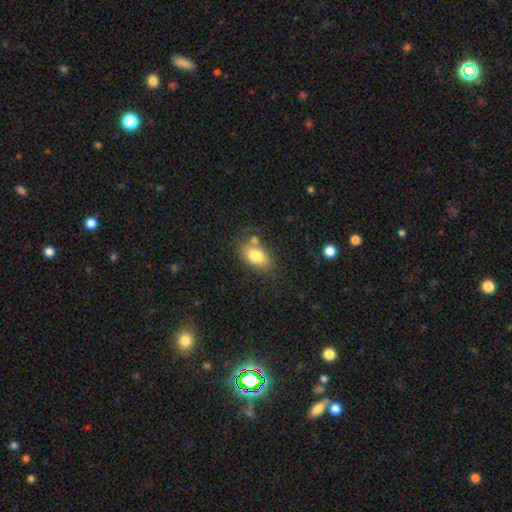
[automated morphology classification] Q: Smooth or featured?
A: smooth (79%); runner-up: featured or disk (13%)
Q: How rounded?
A: in between (86%); runner-up: round (12%)
Q: Merging?
A: none (62%); runner-up: minor disturbance (17%)